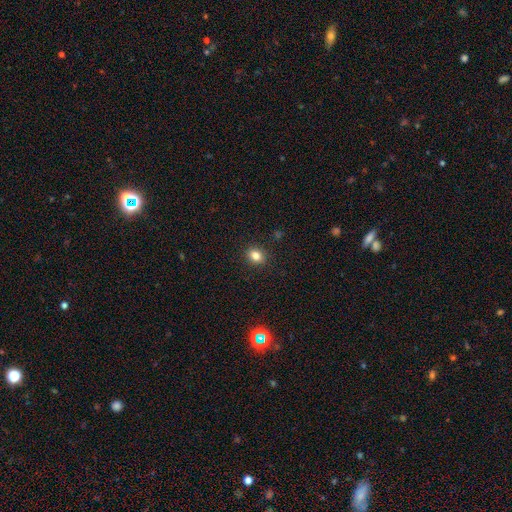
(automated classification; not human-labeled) This is clearly a smooth galaxy (82%). How rounded: possibly round (60%). Merging: clearly none (90%).